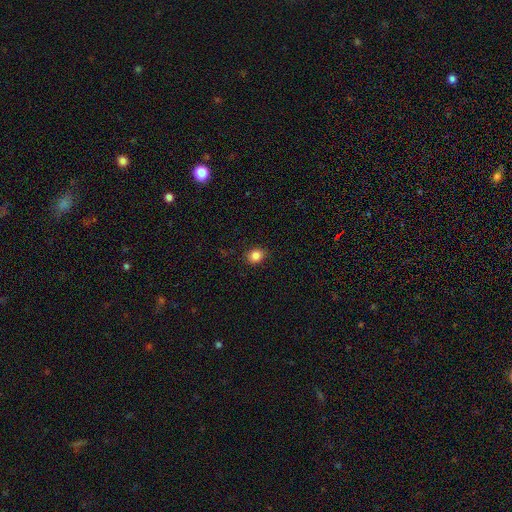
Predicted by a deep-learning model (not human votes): Smooth or featured? smooth (84%)
How rounded? round (69%)
Merging? none (88%)